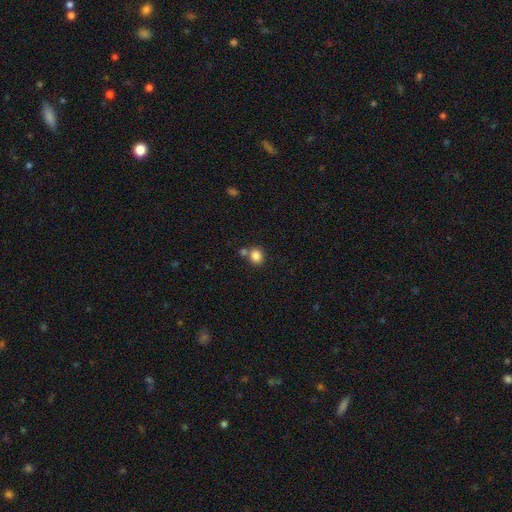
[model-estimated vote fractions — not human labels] Smooth or featured? smooth (85%)
How rounded? round (79%)
Merging? none (63%)